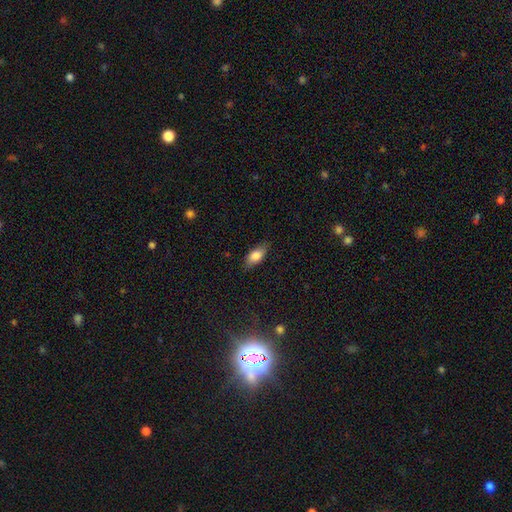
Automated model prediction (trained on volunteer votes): A smooth galaxy with no disk features (81%) that is in between round and cigar-shaped (85%).

Vote fractions:
- Smooth or featured? smooth: 81% / featured or disk: 13% / star or artifact: 7%
- How rounded? in between: 85% / cigar-shaped: 12% / round: 4%
- Merging? none: 82% / minor disturbance: 14% / major disturbance: 3% / merger: 1%